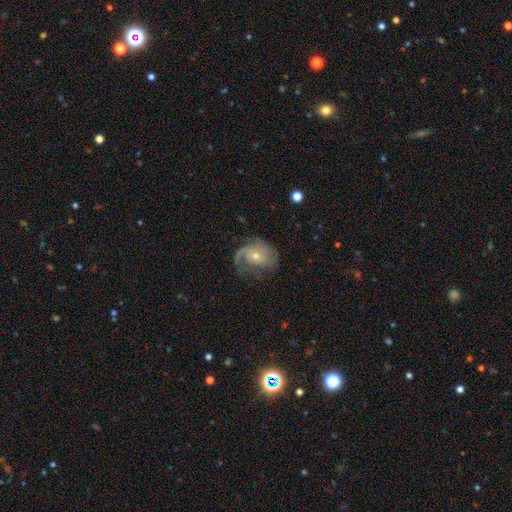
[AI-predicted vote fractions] smooth-or-featured: featured or disk: 78% | smooth: 14% | star or artifact: 7%
  disk-edge-on: no: 97% | yes: 3%
    bar: no: 71% | weak: 24% | strong: 6%
    has-spiral-arms: yes: 92% | no: 8%
      spiral-winding: medium: 42% | tight: 31% | loose: 27%
      spiral-arm-count: 2: 37% | 1: 35% | can't tell: 15% | 3: 9% | 4: 2% | more than 4: 2%
    bulge-size: small: 63% | moderate: 33% | none: 1% | large: 1% | dominant: 1%
  merging: none: 52% | major disturbance: 23% | minor disturbance: 23% | merger: 2%